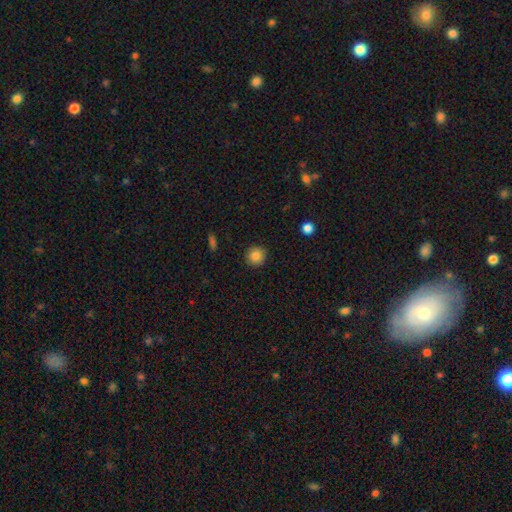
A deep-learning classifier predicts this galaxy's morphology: smooth 84%, star or artifact 10%, featured or disk 7%. Down the decision tree: how rounded — round (94%); merging — none (91%).